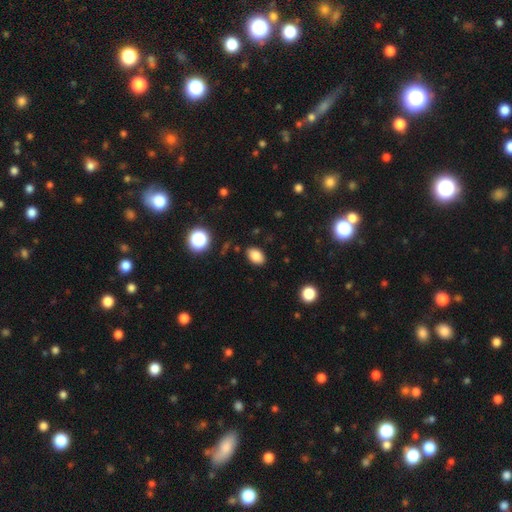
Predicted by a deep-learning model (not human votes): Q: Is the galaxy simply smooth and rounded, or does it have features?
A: smooth — 84%.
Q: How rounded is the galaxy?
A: in between — 86%.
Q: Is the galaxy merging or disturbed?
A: none — 87%.